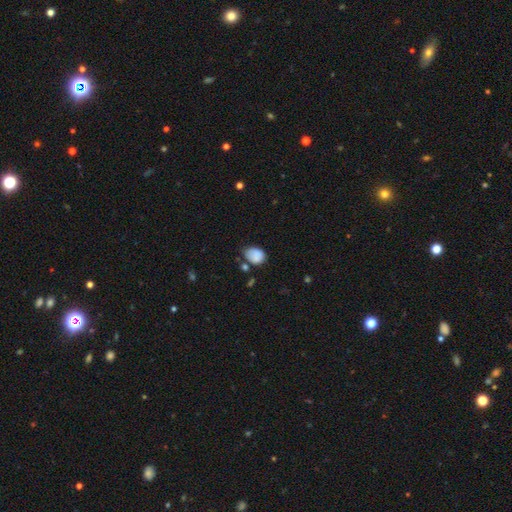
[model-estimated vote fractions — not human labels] Q: Smooth or featured?
A: smooth (83%); runner-up: star or artifact (9%)
Q: How rounded?
A: in between (61%); runner-up: round (38%)
Q: Merging?
A: none (51%); runner-up: minor disturbance (32%)